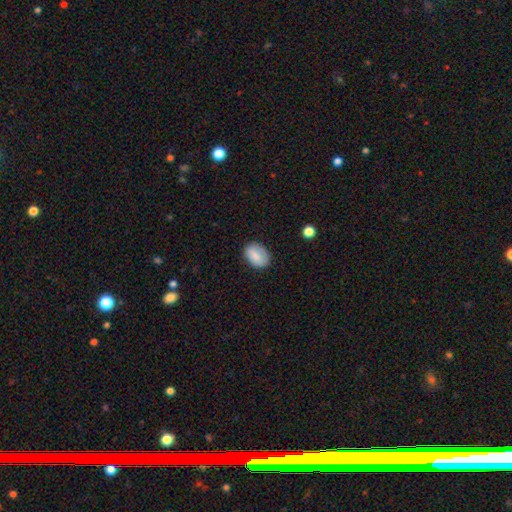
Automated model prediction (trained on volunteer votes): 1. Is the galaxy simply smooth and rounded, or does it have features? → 79% smooth, 14% featured or disk, 7% star or artifact.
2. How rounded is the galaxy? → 79% in between, 20% round, 1% cigar-shaped.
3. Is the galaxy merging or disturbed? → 79% none, 16% minor disturbance, 4% major disturbance, 1% merger.